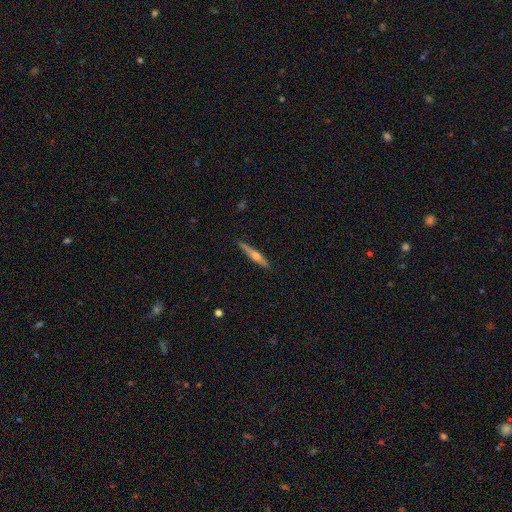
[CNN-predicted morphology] Smooth or featured: featured or disk — 63% (smooth — 31%)
Edge-on disk: yes — 97% (no — 3%)
Edge-on bulge: rounded — 93% (none — 5%)
Merging: none — 90% (minor disturbance — 7%)